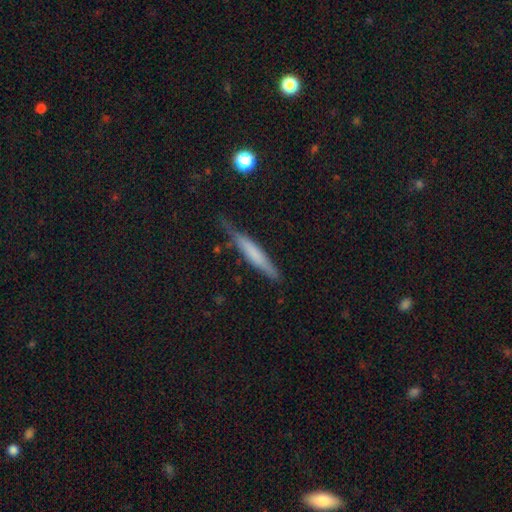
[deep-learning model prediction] Overall: smooth (58%; featured or disk 36%). How rounded: cigar-shaped (92%). Merging: none (68%).